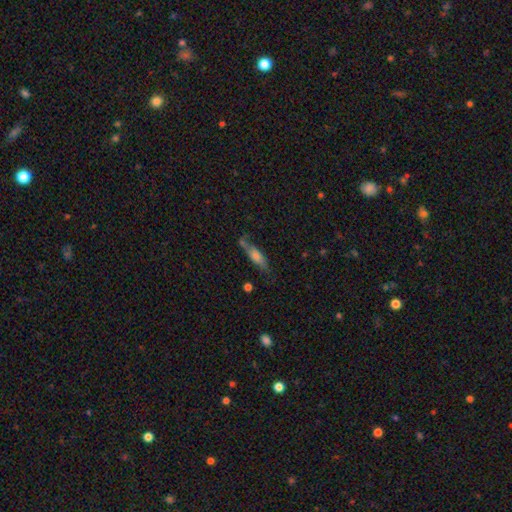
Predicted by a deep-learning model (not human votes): Smooth or featured?
  - smooth: 56% *
  - featured or disk: 36%
  - star or artifact: 8%
How rounded?
  - cigar-shaped: 66% *
  - in between: 31%
  - round: 3%
Merging?
  - none: 63% *
  - minor disturbance: 22%
  - merger: 8%
  - major disturbance: 7%